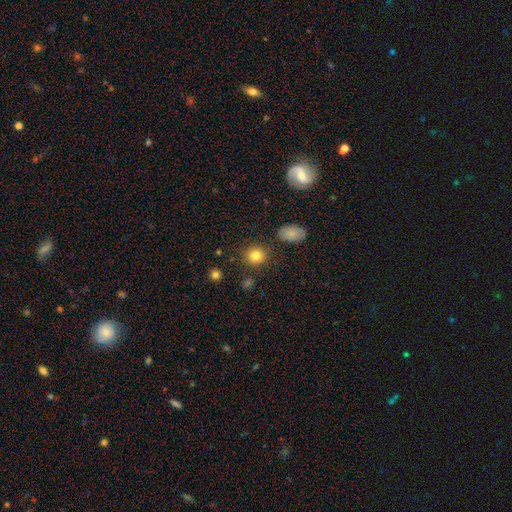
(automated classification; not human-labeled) The model was most divided on "smooth or featured": smooth: 82%, star or artifact: 11%, featured or disk: 6%. More confident: merging — none (86%); how rounded — round (85%).